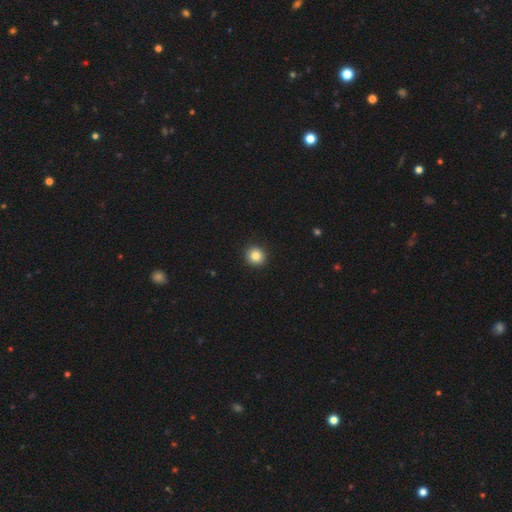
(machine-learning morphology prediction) Q: Smooth or featured?
A: smooth (84%); runner-up: star or artifact (10%)
Q: How rounded?
A: round (90%); runner-up: in between (9%)
Q: Merging?
A: none (93%); runner-up: minor disturbance (5%)